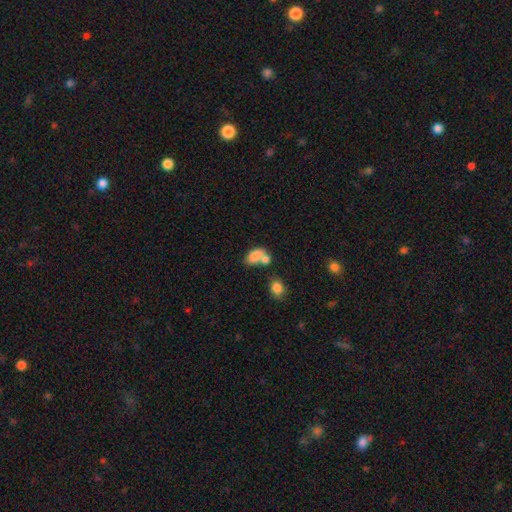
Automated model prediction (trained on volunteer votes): Smooth or featured? Predicted: smooth (p=0.80). How rounded? Predicted: in between (p=0.88). Merging? Predicted: merger (p=0.49).